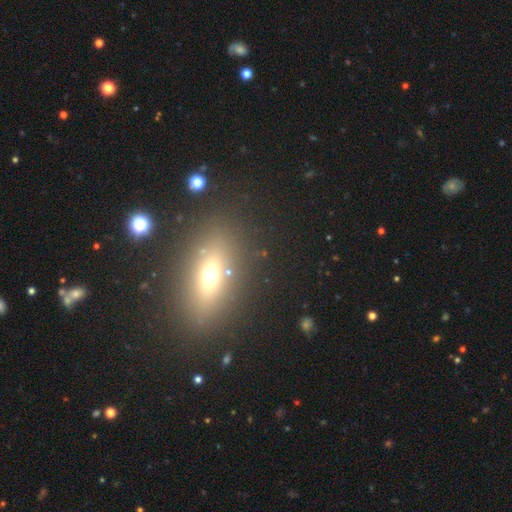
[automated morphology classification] smooth-or-featured: smooth: 47% | featured or disk: 32% | star or artifact: 21%
  merging: none: 84% | minor disturbance: 9% | major disturbance: 4% | merger: 3%